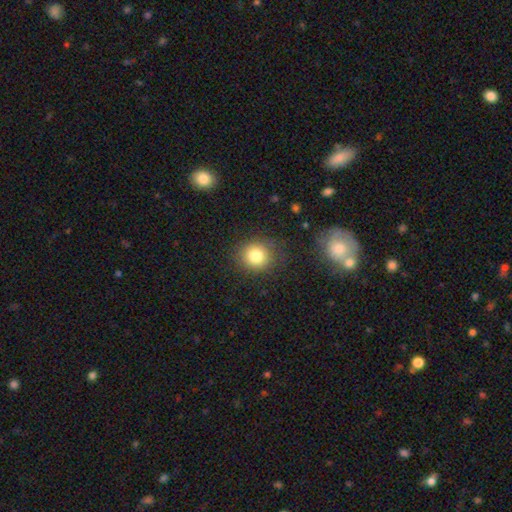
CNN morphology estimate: Smooth or featured: smooth — 80% (star or artifact — 12%)
How rounded: round — 85% (in between — 14%)
Merging: none — 84% (minor disturbance — 10%)